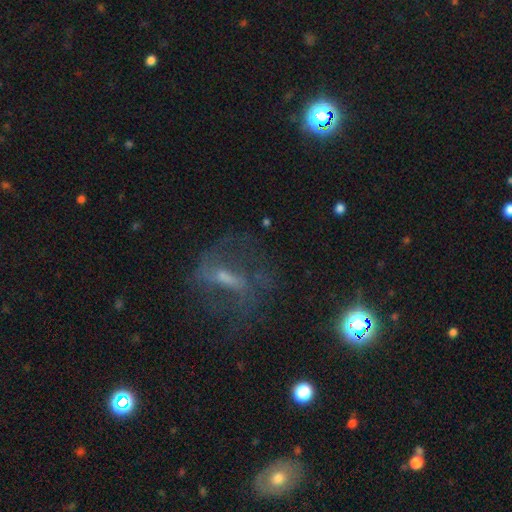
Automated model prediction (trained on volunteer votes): Smooth or featured: featured or disk — 61% (star or artifact — 21%)
Edge-on disk: no — 82% (yes — 18%)
Bar: strong — 39% (weak — 37%)
Spiral arms: yes — 62% (no — 38%)
Bulge size: small — 45% (moderate — 30%)
Merging: none — 59% (major disturbance — 21%)